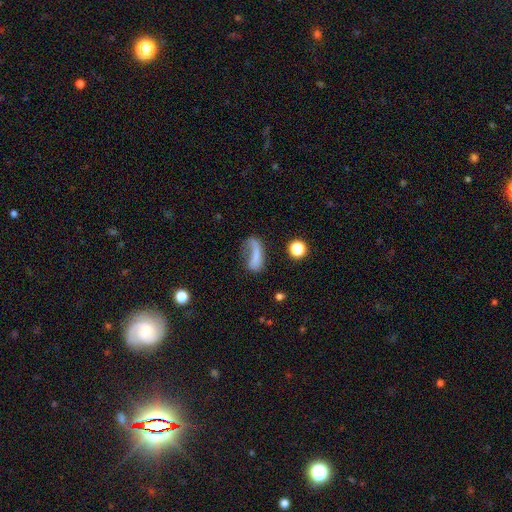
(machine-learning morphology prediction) The model was most divided on "merging": major disturbance: 42%, none: 30%, minor disturbance: 21%, merger: 8%. More confident: how rounded — in between (61%); smooth or featured — smooth (57%).